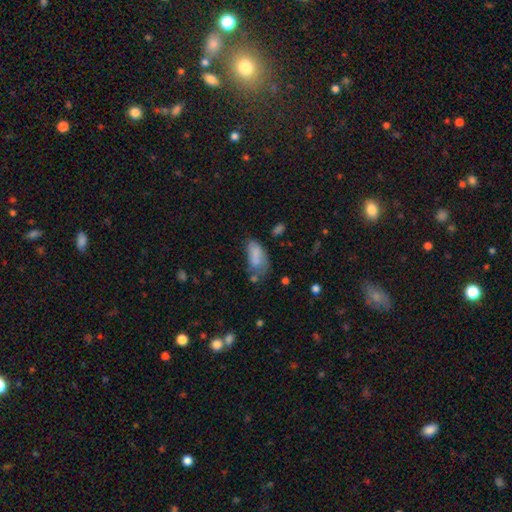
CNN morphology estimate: Smooth or featured? smooth (74%)
How rounded? in between (89%)
Merging? minor disturbance (32%)